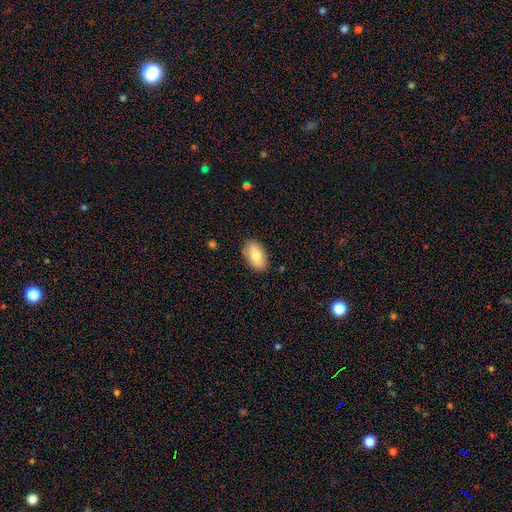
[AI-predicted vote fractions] Q: Smooth or featured?
A: smooth (76%); runner-up: featured or disk (17%)
Q: How rounded?
A: in between (93%); runner-up: round (5%)
Q: Merging?
A: none (85%); runner-up: minor disturbance (12%)